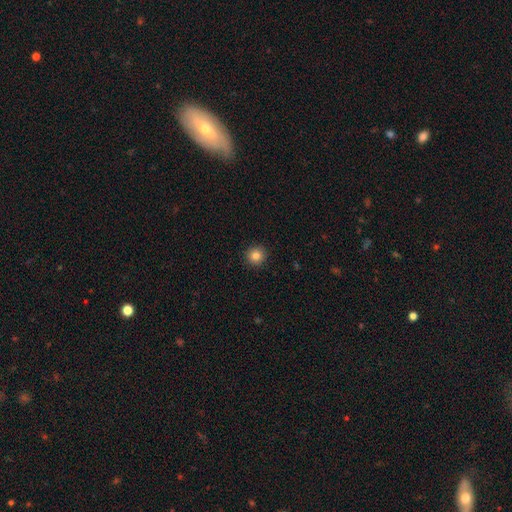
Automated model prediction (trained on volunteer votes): smooth-or-featured: smooth: 83% | star or artifact: 11% | featured or disk: 6%
  how-rounded: round: 94% | in between: 5% | cigar-shaped: 1%
  merging: none: 93% | minor disturbance: 5% | major disturbance: 2% | merger: 1%